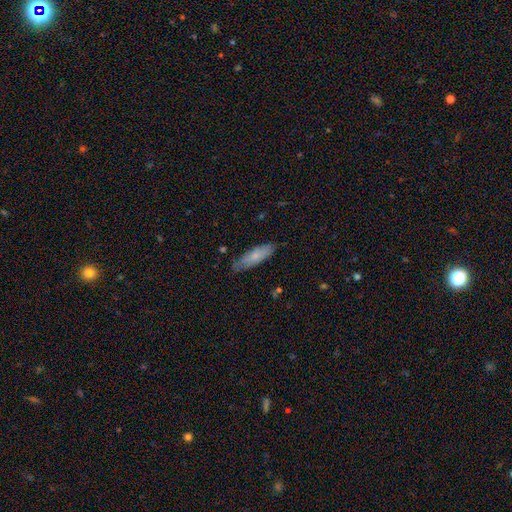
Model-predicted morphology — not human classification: type=smooth (71%); roundness=cigar-shaped (52%); merging=none (76%).